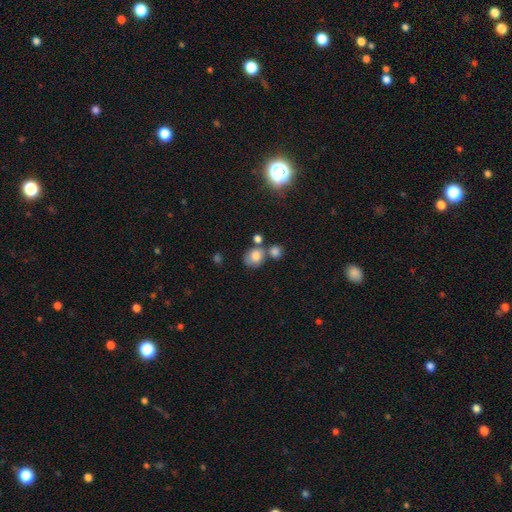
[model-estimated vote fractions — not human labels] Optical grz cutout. It shows a smooth galaxy with no disk features (78%) that is round (68%). Merging: none (49%).